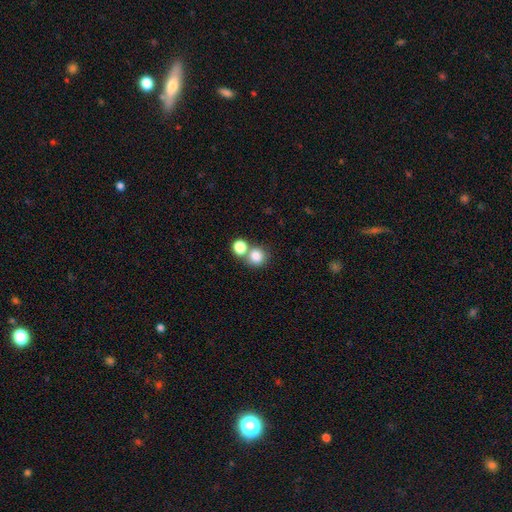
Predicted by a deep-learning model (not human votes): Morphology: type=smooth (80%); roundness=round (87%); merging=none (52%).